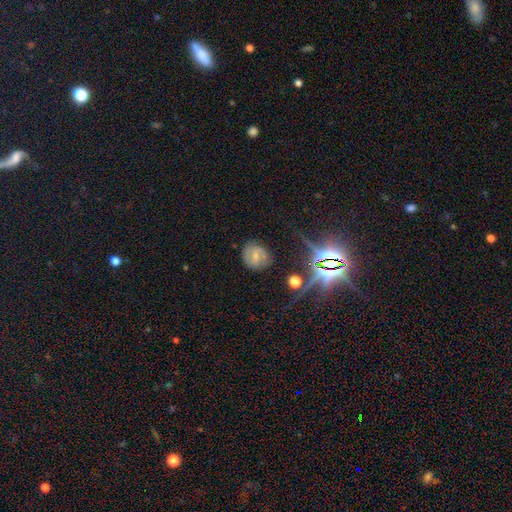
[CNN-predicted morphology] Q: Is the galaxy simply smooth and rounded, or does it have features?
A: featured or disk — 49%.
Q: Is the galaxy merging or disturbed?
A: none — 79%.